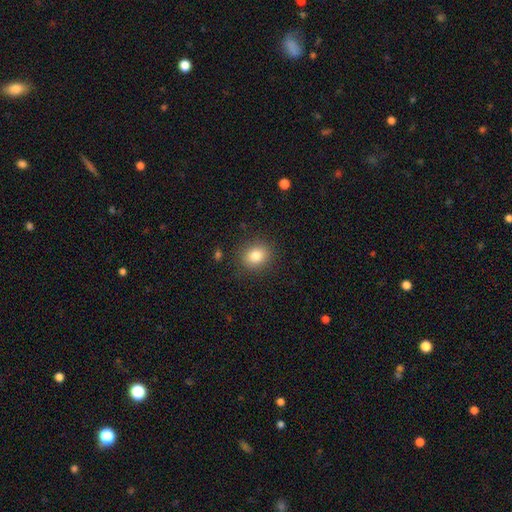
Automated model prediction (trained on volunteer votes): Smooth or featured: smooth — 82% (star or artifact — 11%)
How rounded: round — 67% (in between — 32%)
Merging: none — 87% (minor disturbance — 9%)